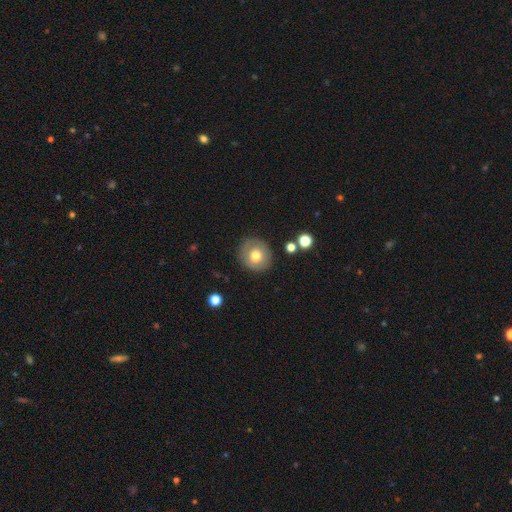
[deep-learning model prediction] Smooth or featured? smooth (70%)
How rounded? round (90%)
Merging? none (85%)